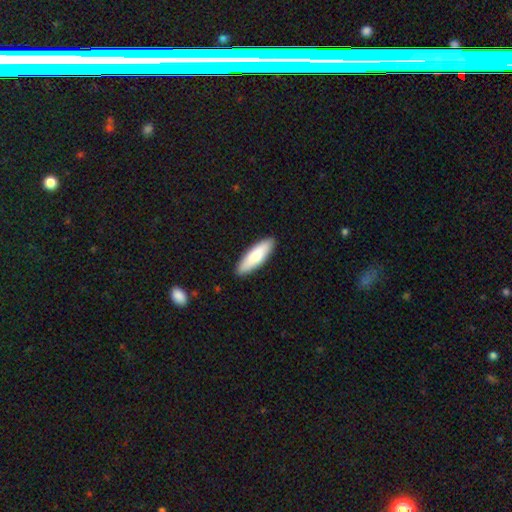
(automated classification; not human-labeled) A smooth galaxy with no disk features (80%) that is cigar-shaped (54%). Merging: none (90%).